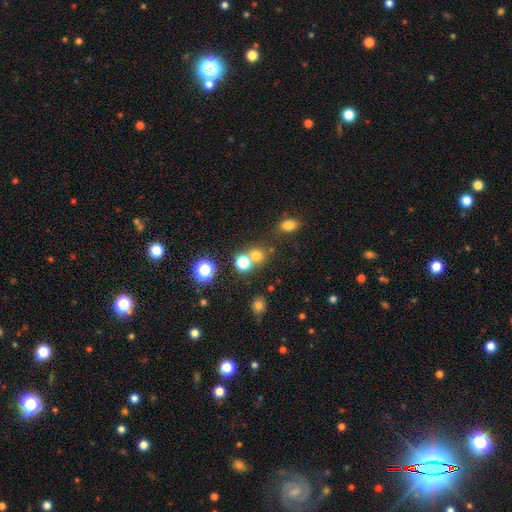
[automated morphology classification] smooth-or-featured: smooth: 70% | star or artifact: 22% | featured or disk: 8%
  how-rounded: round: 81% | in between: 18% | cigar-shaped: 1%
  merging: none: 54% | merger: 35% | minor disturbance: 8% | major disturbance: 4%